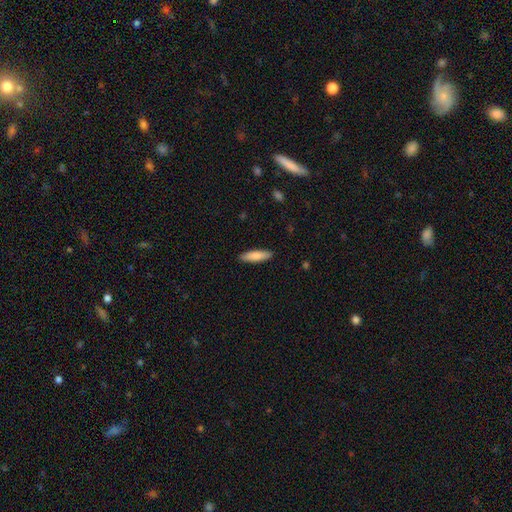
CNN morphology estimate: This appears to be a smooth galaxy with no disk features (82%) that is cigar-shaped (65%). Merging: none (90%).